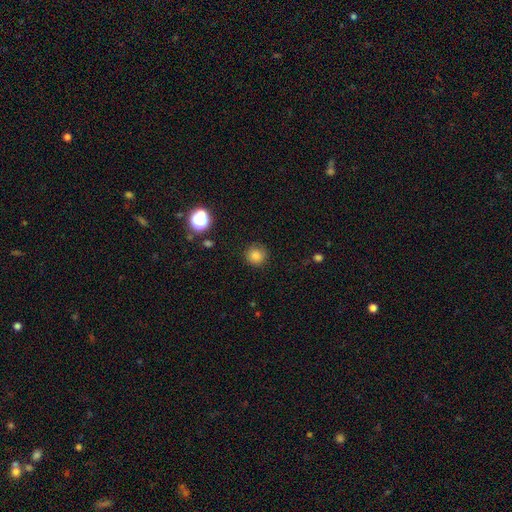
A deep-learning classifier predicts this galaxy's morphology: Smooth or featured?
  - smooth: 82% *
  - star or artifact: 13%
  - featured or disk: 5%
How rounded?
  - round: 94% *
  - in between: 5%
  - cigar-shaped: 1%
Merging?
  - none: 88% *
  - minor disturbance: 8%
  - major disturbance: 3%
  - merger: 1%